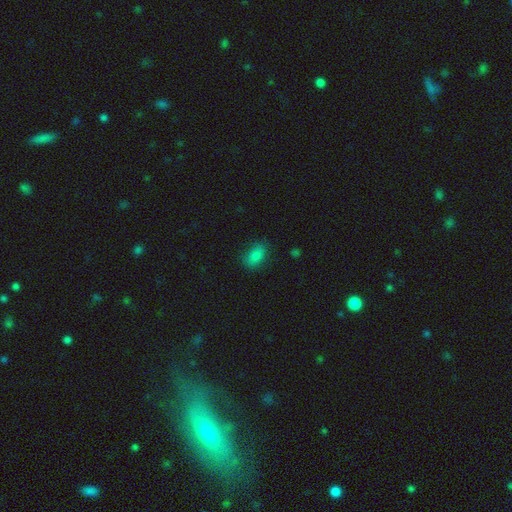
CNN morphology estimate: This appears to be a smooth galaxy with no disk features (82%) that is in between round and cigar-shaped (85%). Merging: none (78%).